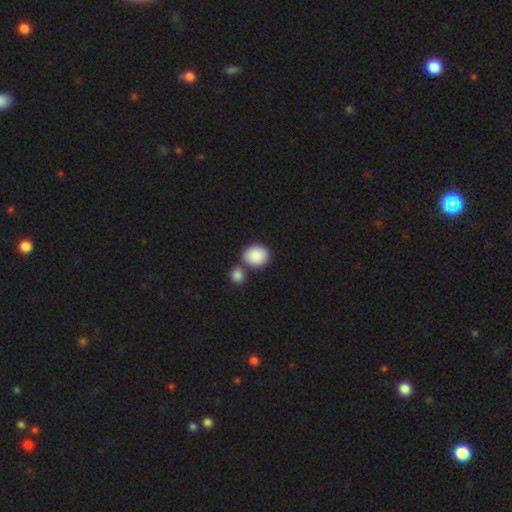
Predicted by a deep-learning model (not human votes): Overall: smooth (89%). How rounded: round (68%; in between 31%). Merging: none (62%; merger 24%).